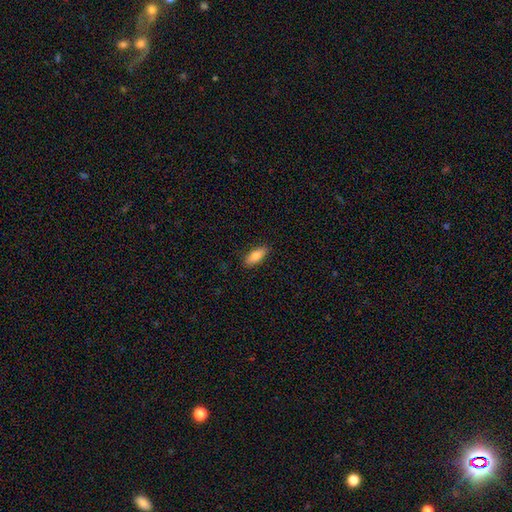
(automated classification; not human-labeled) Smooth or featured? Predicted: smooth (p=0.85). How rounded? Predicted: in between (p=0.77). Merging? Predicted: none (p=0.87).